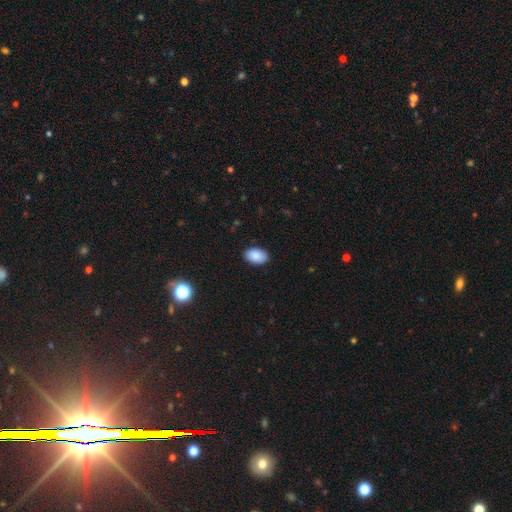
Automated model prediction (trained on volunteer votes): This is clearly a smooth galaxy (89%). How rounded: clearly in between (91%). Merging: clearly none (89%).